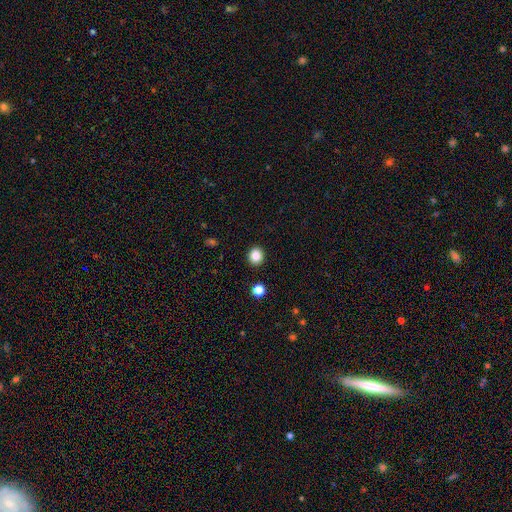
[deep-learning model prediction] Smooth or featured?
  - smooth: 85% *
  - star or artifact: 11%
  - featured or disk: 5%
How rounded?
  - round: 84% *
  - in between: 15%
  - cigar-shaped: 1%
Merging?
  - none: 92% *
  - minor disturbance: 5%
  - major disturbance: 2%
  - merger: 1%